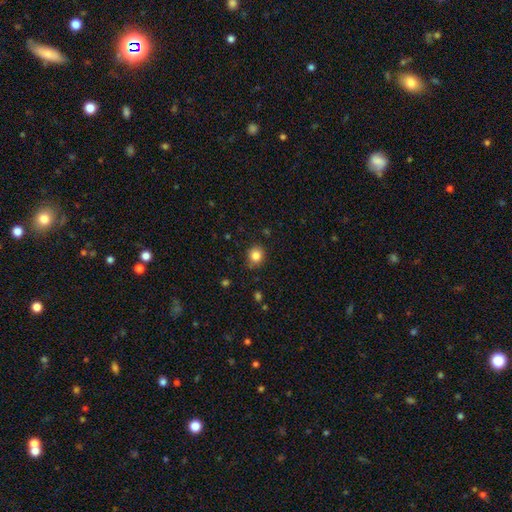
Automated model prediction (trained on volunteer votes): smooth_or_featured: smooth (p=0.84) [alt: star or artifact p=0.11]
how_rounded: round (p=0.80) [alt: in between p=0.20]
merging: none (p=0.84) [alt: minor disturbance p=0.12]